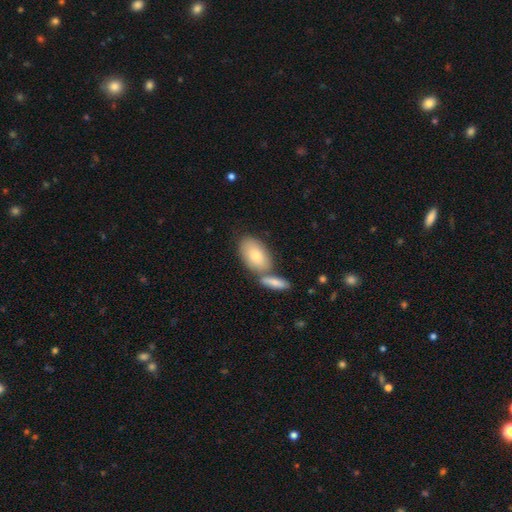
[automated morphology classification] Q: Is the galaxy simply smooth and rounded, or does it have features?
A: smooth — 76%.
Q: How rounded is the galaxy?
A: in between — 91%.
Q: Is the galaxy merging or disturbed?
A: none — 51%.